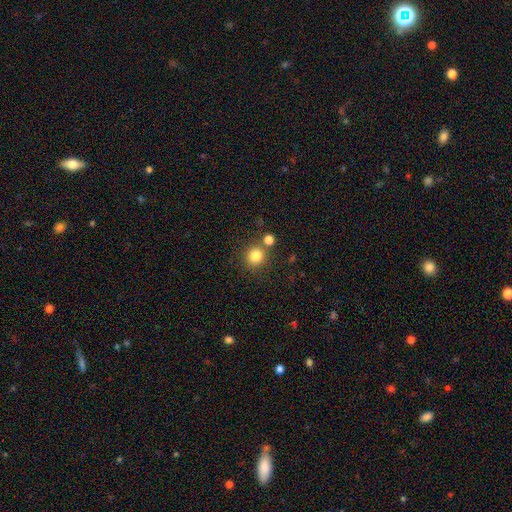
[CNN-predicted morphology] smooth-or-featured: smooth: 81% | star or artifact: 12% | featured or disk: 7%
  how-rounded: round: 89% | in between: 10% | cigar-shaped: 1%
  merging: none: 74% | merger: 14% | minor disturbance: 8% | major disturbance: 3%